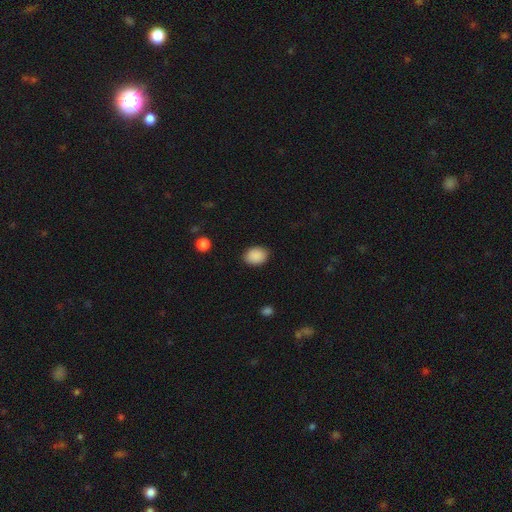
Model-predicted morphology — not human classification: This is clearly a smooth galaxy (90%). How rounded: likely in between (66%). Merging: clearly none (87%).